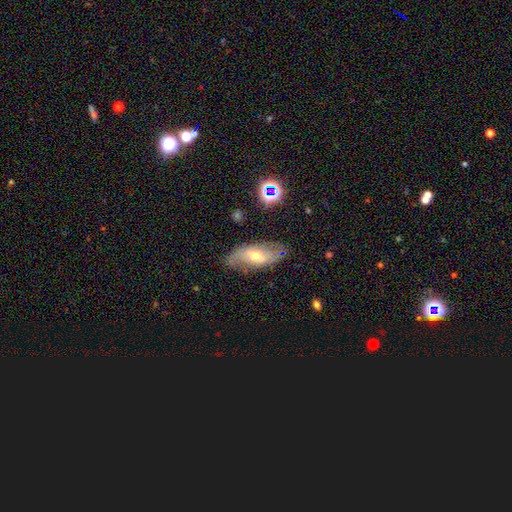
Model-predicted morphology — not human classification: Smooth or featured?
  - featured or disk: 50% *
  - smooth: 41%
  - star or artifact: 9%
Merging?
  - none: 69% *
  - minor disturbance: 22%
  - major disturbance: 7%
  - merger: 2%